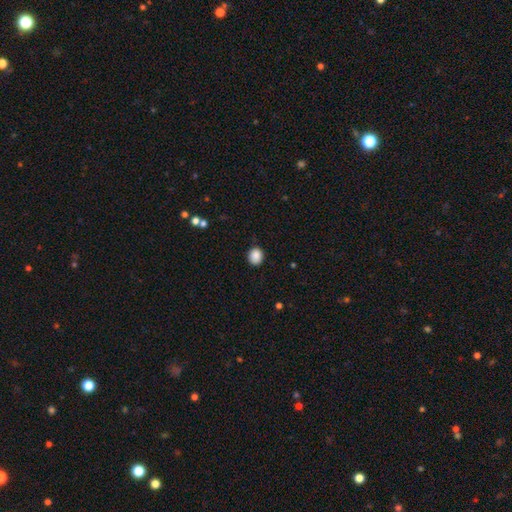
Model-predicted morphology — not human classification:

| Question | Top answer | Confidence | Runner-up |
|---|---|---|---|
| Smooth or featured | smooth | 88% | star or artifact (9%) |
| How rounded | round | 72% | in between (27%) |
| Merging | none | 86% | minor disturbance (10%) |